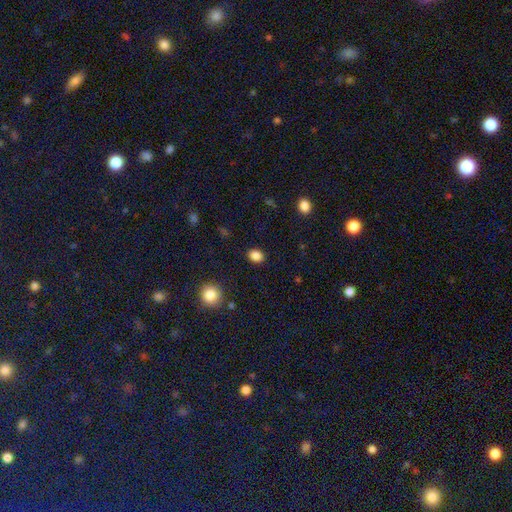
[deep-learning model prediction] Smooth or featured?
  - smooth: 86% *
  - star or artifact: 10%
  - featured or disk: 4%
How rounded?
  - in between: 57% *
  - round: 41%
  - cigar-shaped: 1%
Merging?
  - none: 88% *
  - minor disturbance: 8%
  - major disturbance: 2%
  - merger: 1%